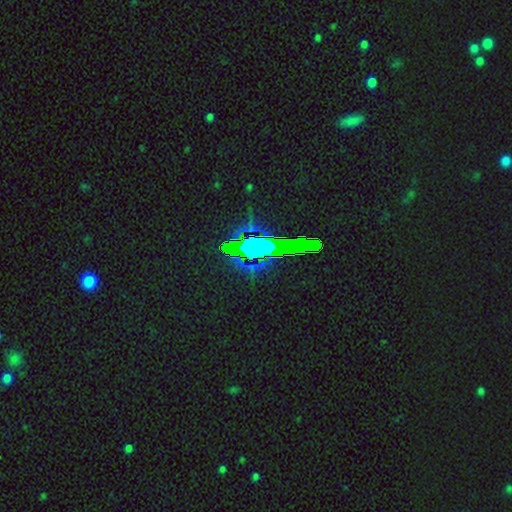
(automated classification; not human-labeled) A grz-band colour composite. It shows a star or artifact, not a galaxy (82%).